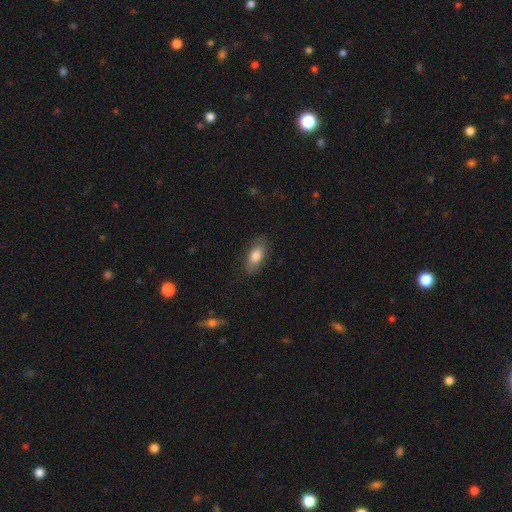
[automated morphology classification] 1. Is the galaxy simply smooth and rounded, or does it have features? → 78% smooth, 15% featured or disk, 7% star or artifact.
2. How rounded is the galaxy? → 83% in between, 13% cigar-shaped, 4% round.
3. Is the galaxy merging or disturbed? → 80% none, 15% minor disturbance, 4% major disturbance, 1% merger.